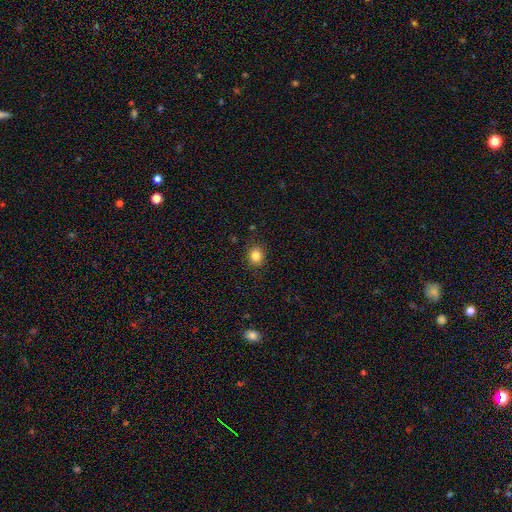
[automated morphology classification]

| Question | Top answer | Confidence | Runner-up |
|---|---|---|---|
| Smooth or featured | smooth | 83% | star or artifact (12%) |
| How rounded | round | 74% | in between (25%) |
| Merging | none | 88% | minor disturbance (9%) |